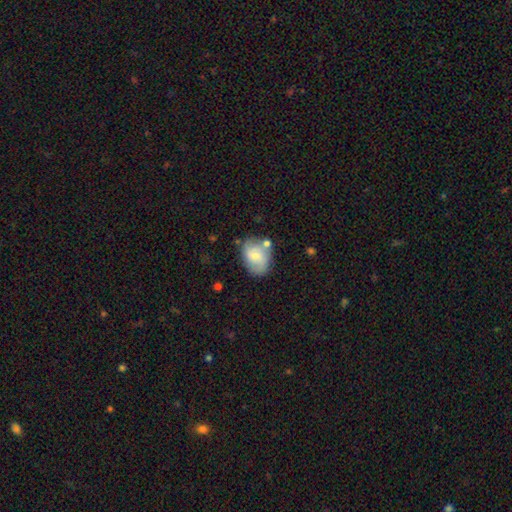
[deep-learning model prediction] smooth-or-featured: smooth: 62% | featured or disk: 31% | star or artifact: 8%
  how-rounded: in between: 72% | round: 27% | cigar-shaped: 1%
  merging: none: 59% | minor disturbance: 22% | merger: 12% | major disturbance: 7%